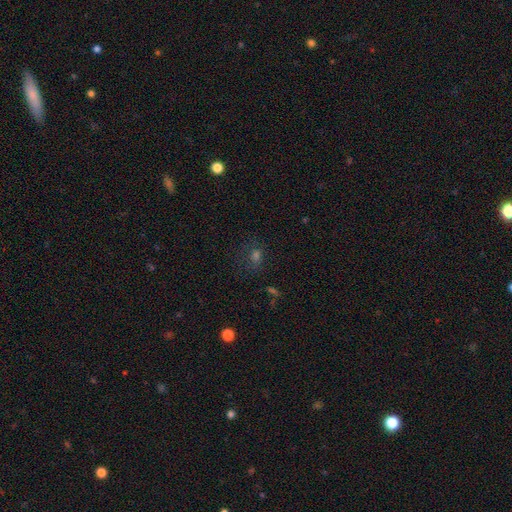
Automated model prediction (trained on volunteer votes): smooth 56%, star or artifact 32%, featured or disk 12%. Down the decision tree: how rounded — round (53%); merging — none (66%).